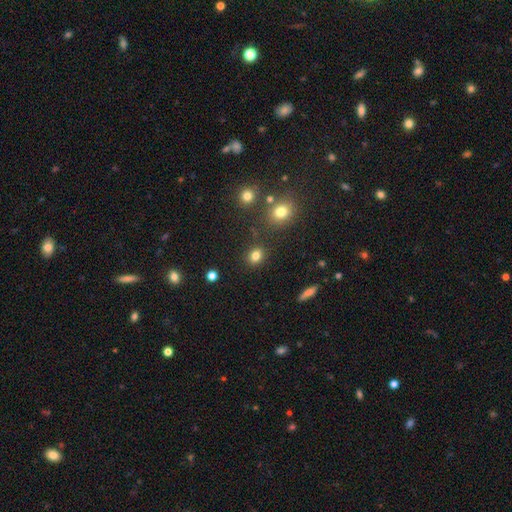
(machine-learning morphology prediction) Smooth or featured?
  - smooth: 81% *
  - star or artifact: 13%
  - featured or disk: 6%
How rounded?
  - round: 63% *
  - in between: 36%
  - cigar-shaped: 1%
Merging?
  - none: 84% *
  - minor disturbance: 9%
  - merger: 4%
  - major disturbance: 3%